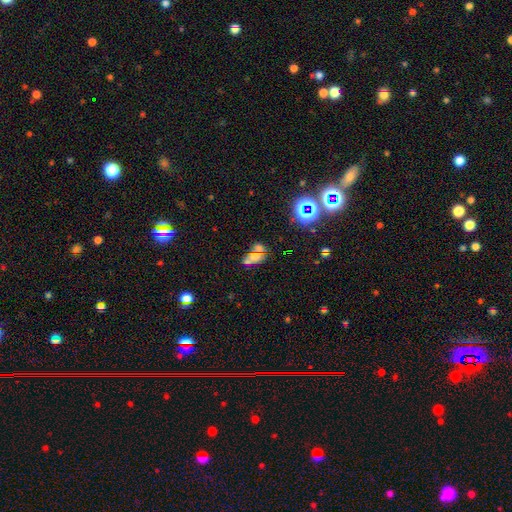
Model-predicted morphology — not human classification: Smooth or featured: smooth — 49% (star or artifact — 34%)
Merging: none — 50% (merger — 24%)